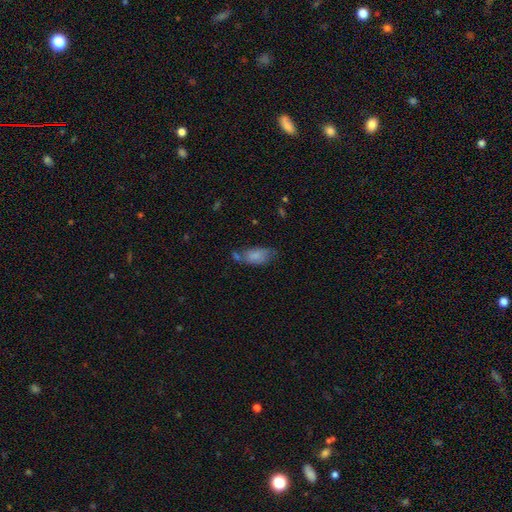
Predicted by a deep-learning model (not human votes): Smooth or featured: smooth — 78% (featured or disk — 14%)
How rounded: in between — 91% (cigar-shaped — 5%)
Merging: none — 44% (minor disturbance — 28%)